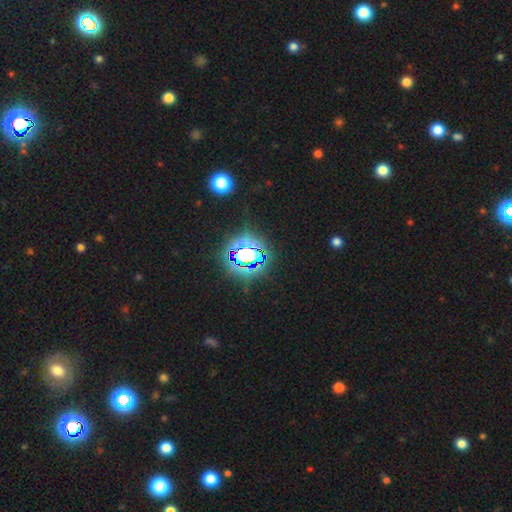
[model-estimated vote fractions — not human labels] Morphology: type=star or artifact (76%).